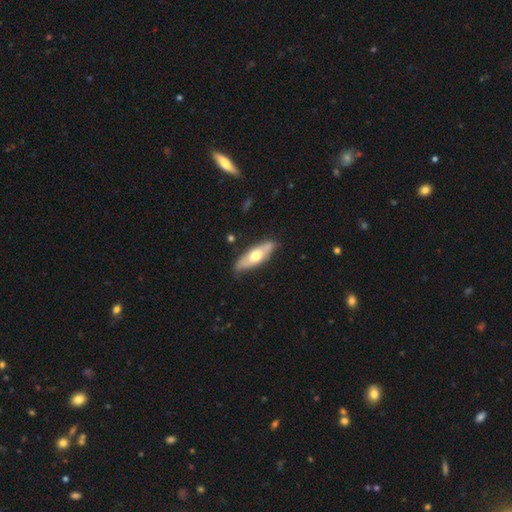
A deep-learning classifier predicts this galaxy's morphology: smooth_or_featured: smooth (p=0.50) [alt: featured or disk p=0.45]
how_rounded: in between (p=0.62) [alt: cigar-shaped p=0.36]
merging: none (p=0.79) [alt: minor disturbance p=0.17]